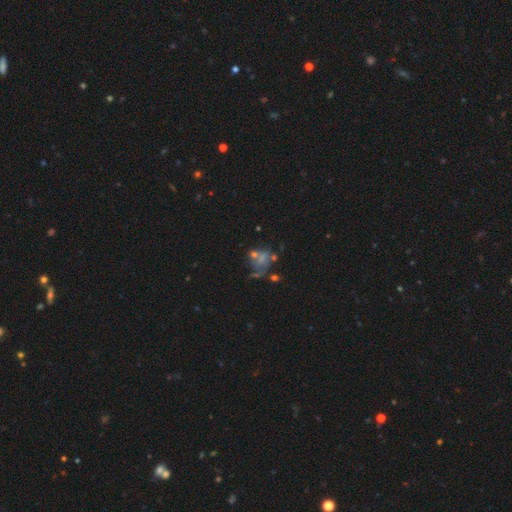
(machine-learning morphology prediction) Smooth or featured?
  - featured or disk: 46% *
  - star or artifact: 32%
  - smooth: 23%
Merging?
  - none: 34% *
  - major disturbance: 31%
  - merger: 21%
  - minor disturbance: 14%